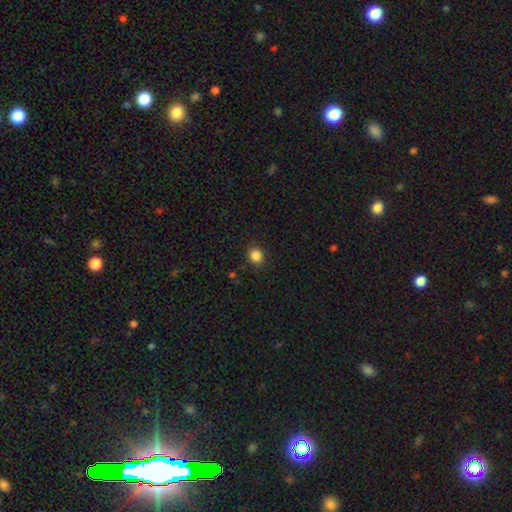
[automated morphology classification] Smooth or featured? smooth (86%)
How rounded? round (73%)
Merging? none (89%)